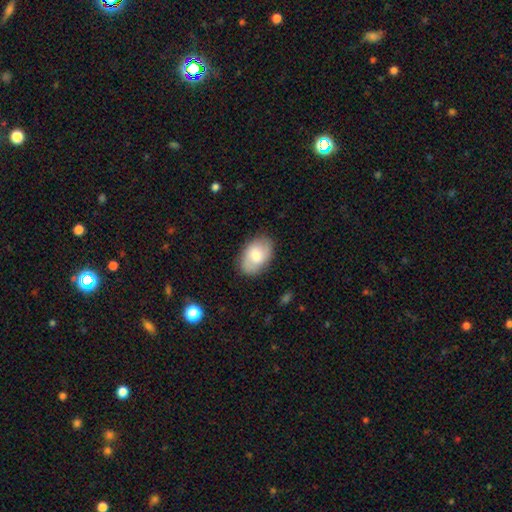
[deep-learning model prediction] smooth_or_featured: smooth (p=0.64) [alt: featured or disk p=0.29]
how_rounded: in between (p=0.89) [alt: round p=0.09]
merging: none (p=0.83) [alt: minor disturbance p=0.13]